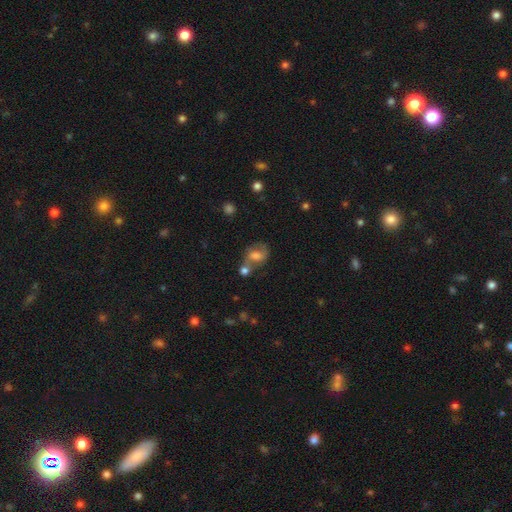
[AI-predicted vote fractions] A smooth galaxy with no disk features (48%). Merging: none (41%).